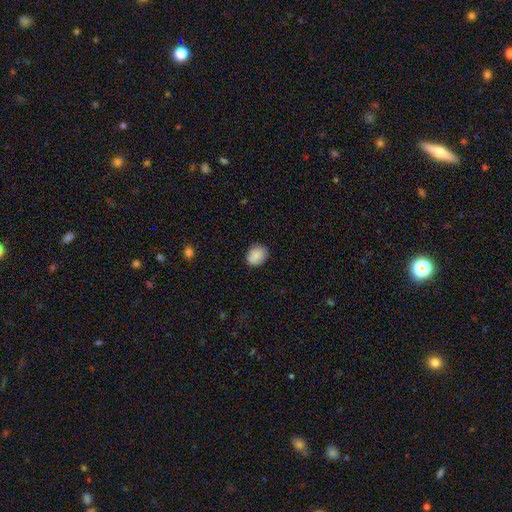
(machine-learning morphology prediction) smooth_or_featured: smooth (p=0.88) [alt: star or artifact p=0.07]
how_rounded: in between (p=0.50) [alt: round p=0.49]
merging: none (p=0.84) [alt: minor disturbance p=0.13]